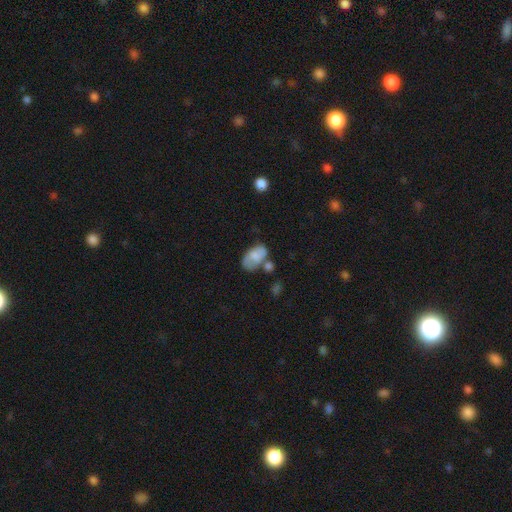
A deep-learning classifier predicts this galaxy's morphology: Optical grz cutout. It shows a smooth galaxy with no disk features (65%) that is in between round and cigar-shaped (91%). Merging: none (40%).